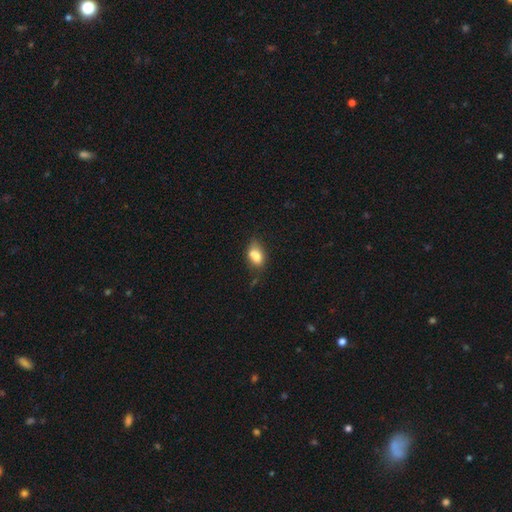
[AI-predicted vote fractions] smooth 75%, featured or disk 15%, star or artifact 10%. Down the decision tree: how rounded — in between (81%); merging — none (44%).